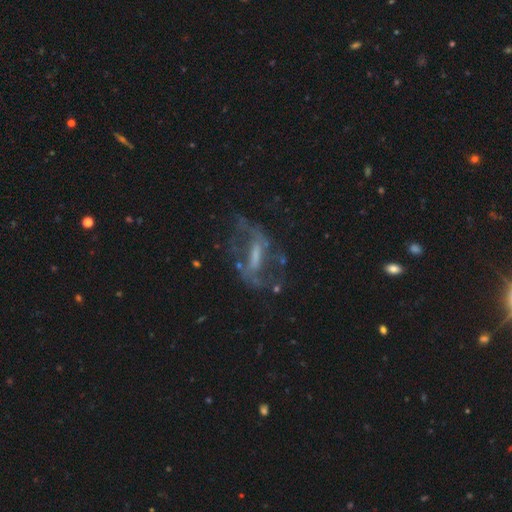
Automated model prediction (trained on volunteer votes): Smooth or featured? featured or disk (77%)
Edge-on disk? no (89%)
Bar? strong (50%)
Spiral arms? yes (72%)
Bulge size? none (32%, tied with small)
Merging? none (55%)